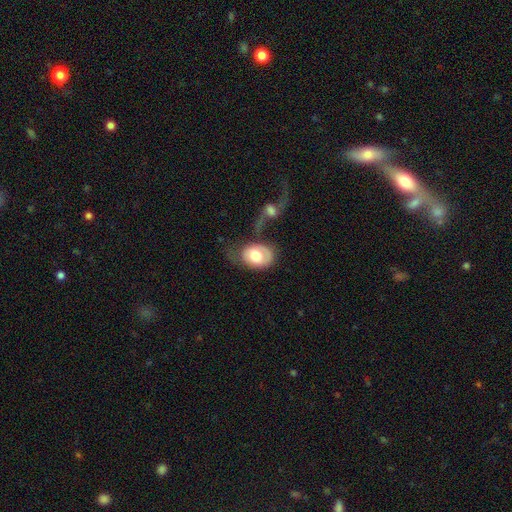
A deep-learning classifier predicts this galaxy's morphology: smooth_or_featured: smooth (p=0.64) [alt: featured or disk p=0.30]
how_rounded: in between (p=0.73) [alt: round p=0.26]
merging: none (p=0.30) [alt: major disturbance p=0.27]